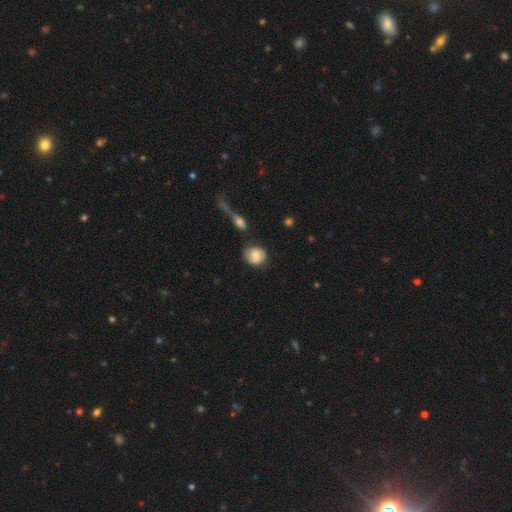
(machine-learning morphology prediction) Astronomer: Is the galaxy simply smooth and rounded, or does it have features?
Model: smooth — 72%.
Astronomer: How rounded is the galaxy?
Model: round — 75%.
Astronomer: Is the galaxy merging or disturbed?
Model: none — 71%.